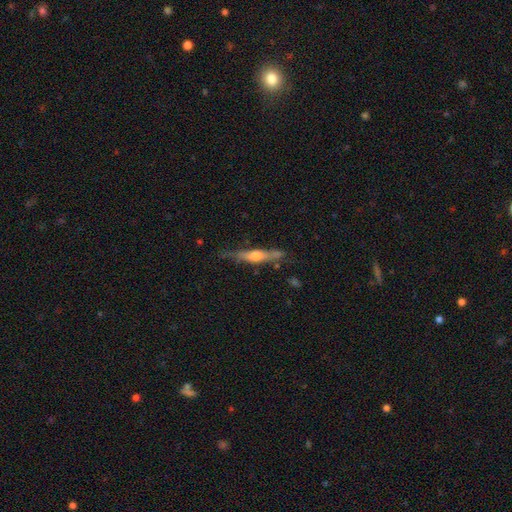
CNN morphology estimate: The model was most divided on "smooth or featured": featured or disk: 56%, smooth: 38%, star or artifact: 6%. More confident: edge-on disk — yes (91%); edge-on bulge — rounded (83%); merging — none (67%).